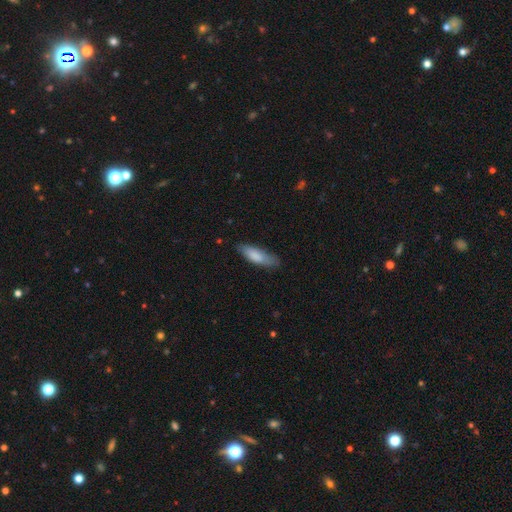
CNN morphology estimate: type=smooth (81%); roundness=in between (49%, tied with cigar-shaped); merging=none (73%).